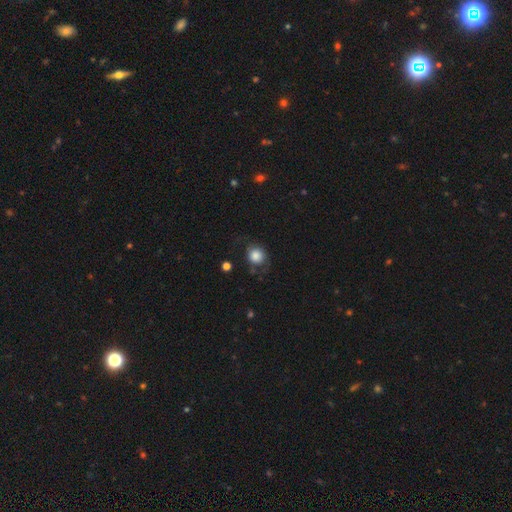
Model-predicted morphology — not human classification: Q: Smooth or featured?
A: smooth (81%); runner-up: featured or disk (11%)
Q: How rounded?
A: round (81%); runner-up: in between (18%)
Q: Merging?
A: none (65%); runner-up: minor disturbance (21%)